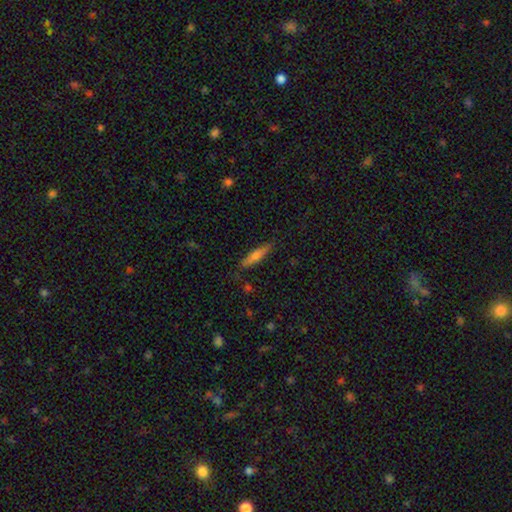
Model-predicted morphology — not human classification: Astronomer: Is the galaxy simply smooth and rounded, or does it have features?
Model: smooth — 55% (runner-up: featured or disk, 38%).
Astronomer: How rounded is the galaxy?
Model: cigar-shaped — 80%.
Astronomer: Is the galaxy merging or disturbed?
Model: none — 85%.